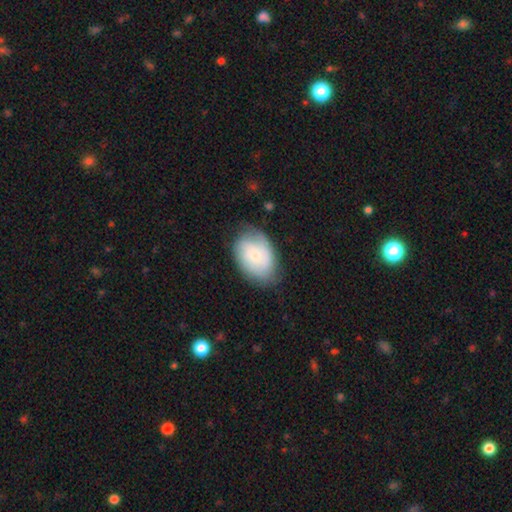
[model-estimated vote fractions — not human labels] A smooth galaxy with no disk features (55%) that is in between round and cigar-shaped (80%).

Vote fractions:
- Smooth or featured? smooth: 55% / featured or disk: 38% / star or artifact: 7%
- How rounded? in between: 80% / round: 18% / cigar-shaped: 1%
- Merging? none: 69% / minor disturbance: 23% / major disturbance: 7% / merger: 1%